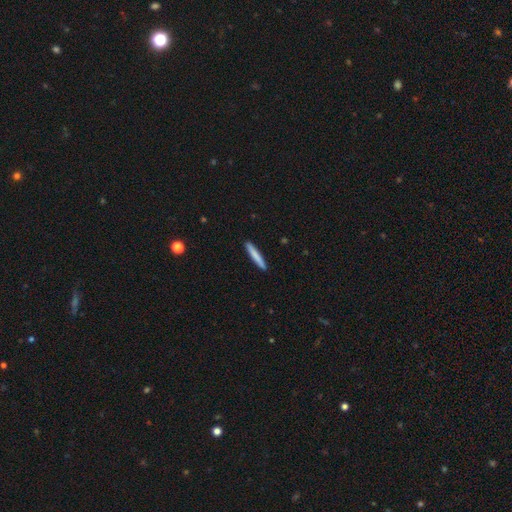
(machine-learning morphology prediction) Smooth or featured: smooth — 79% (featured or disk — 15%)
How rounded: cigar-shaped — 95% (in between — 4%)
Merging: none — 92% (minor disturbance — 6%)